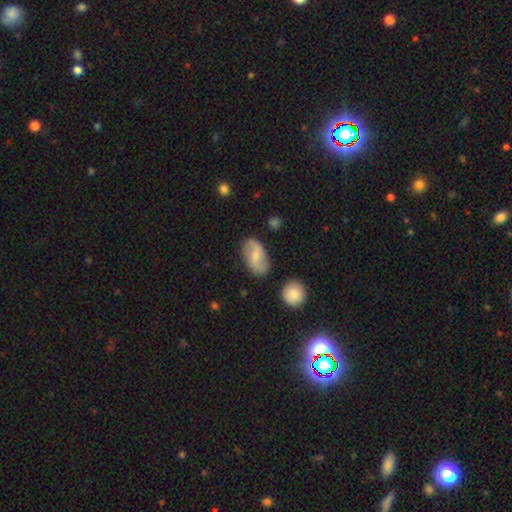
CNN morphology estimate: A featured or disk galaxy (48%). Merging: none (78%).